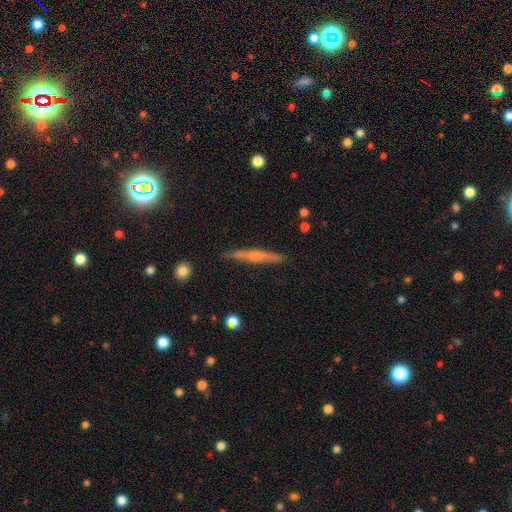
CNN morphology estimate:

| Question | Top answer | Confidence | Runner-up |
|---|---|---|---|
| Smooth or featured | featured or disk | 53% | smooth (41%) |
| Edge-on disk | yes | 96% | no (4%) |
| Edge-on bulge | rounded | 57% | none (32%) |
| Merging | none | 87% | minor disturbance (10%) |